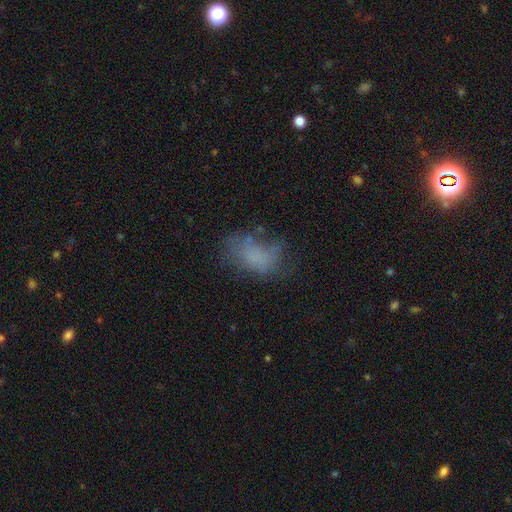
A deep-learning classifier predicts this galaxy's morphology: Q: Smooth or featured?
A: smooth (65%); runner-up: featured or disk (20%)
Q: How rounded?
A: in between (86%); runner-up: round (12%)
Q: Merging?
A: none (46%); runner-up: minor disturbance (26%)